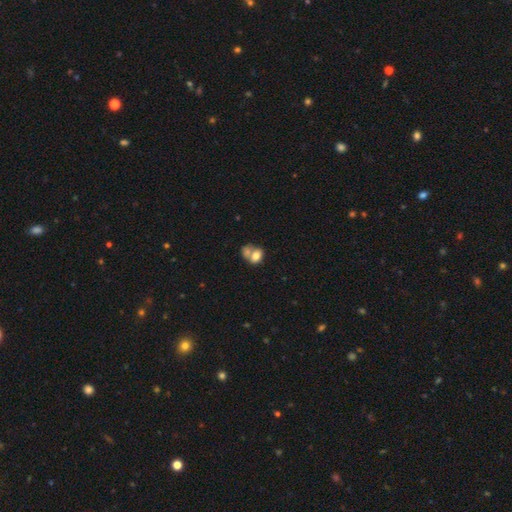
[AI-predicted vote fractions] Overall: smooth (71%). How rounded: in between (64%; round 35%). Merging: merger (61%; none 22%).